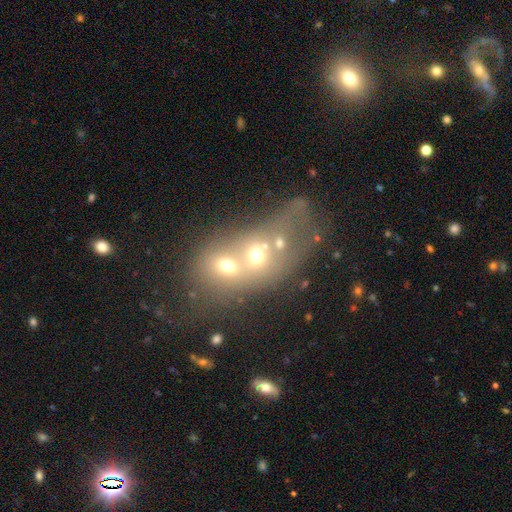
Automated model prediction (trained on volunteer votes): Smooth or featured: smooth — 43% (featured or disk — 38%)
Merging: merger — 80% (none — 10%)